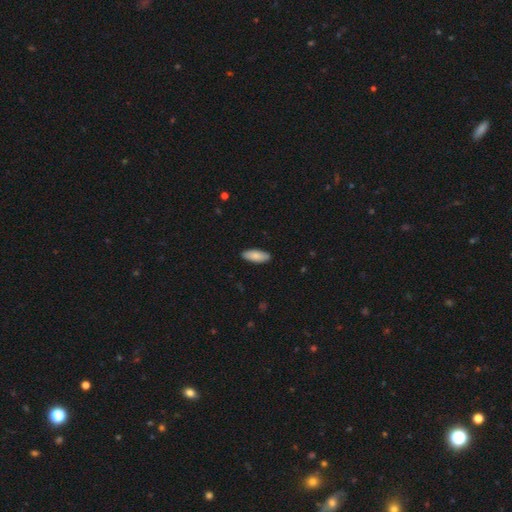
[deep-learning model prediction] Q: Smooth or featured?
A: smooth (85%); runner-up: featured or disk (10%)
Q: How rounded?
A: in between (78%); runner-up: cigar-shaped (21%)
Q: Merging?
A: none (89%); runner-up: minor disturbance (8%)